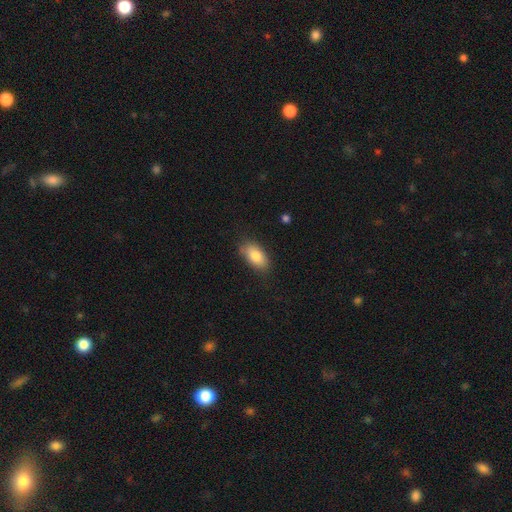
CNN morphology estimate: This is clearly a smooth galaxy (84%). How rounded: clearly in between (92%). Merging: likely none (80%).